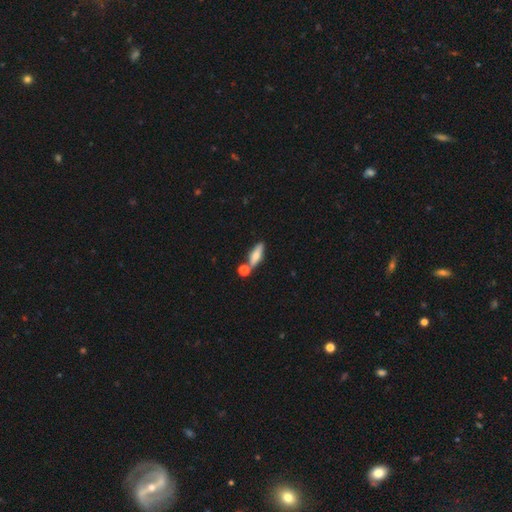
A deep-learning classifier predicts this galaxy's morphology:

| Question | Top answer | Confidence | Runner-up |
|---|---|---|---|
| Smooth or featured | smooth | 68% | featured or disk (25%) |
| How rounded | in between | 49% | cigar-shaped (47%) |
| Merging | none | 63% | merger (20%) |